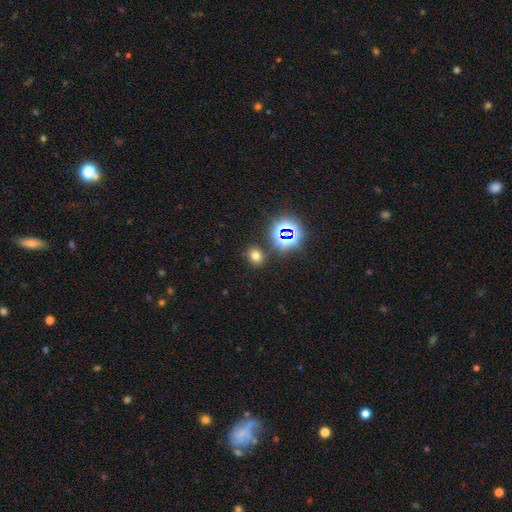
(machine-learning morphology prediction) This is likely a smooth galaxy (66%). How rounded: possibly round (58%). Merging: clearly none (82%).